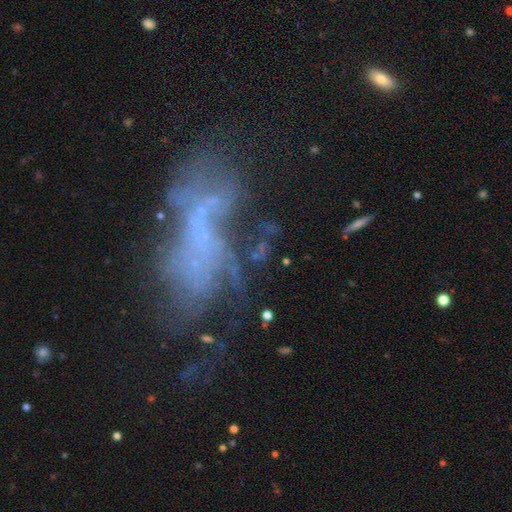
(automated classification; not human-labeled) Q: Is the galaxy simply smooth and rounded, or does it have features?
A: featured or disk — 56%.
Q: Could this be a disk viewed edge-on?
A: no — 92%.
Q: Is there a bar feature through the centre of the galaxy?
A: no — 86%.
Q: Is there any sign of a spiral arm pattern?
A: no — 84%.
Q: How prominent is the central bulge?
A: none — 78%.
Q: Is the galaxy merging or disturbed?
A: major disturbance — 40%.